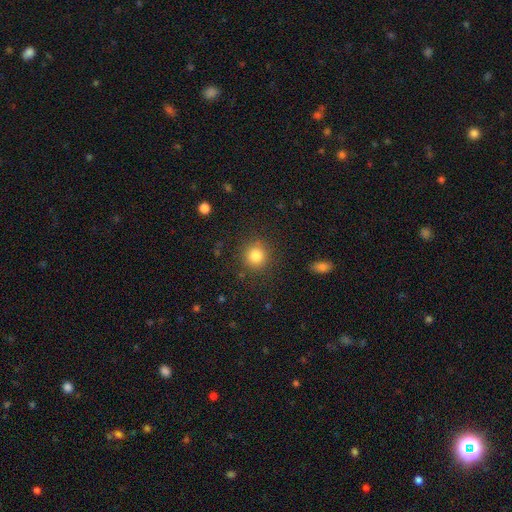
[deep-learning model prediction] smooth-or-featured: smooth: 83% | star or artifact: 11% | featured or disk: 6%
  how-rounded: round: 92% | in between: 7% | cigar-shaped: 1%
  merging: none: 88% | minor disturbance: 8% | major disturbance: 3% | merger: 2%